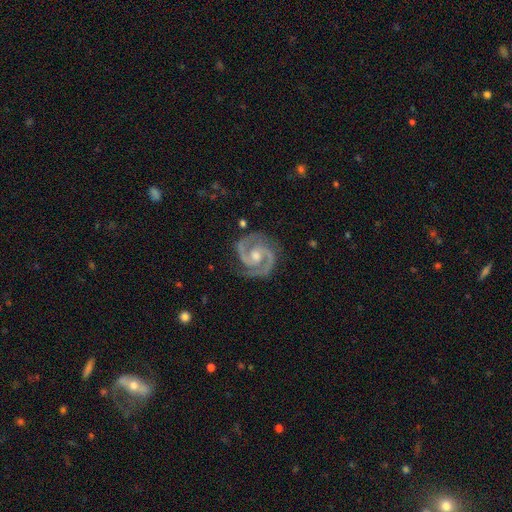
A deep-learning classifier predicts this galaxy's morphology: Q: Smooth or featured?
A: featured or disk (93%); runner-up: star or artifact (4%)
Q: Edge-on disk?
A: no (98%); runner-up: yes (2%)
Q: Bar?
A: no (50%); runner-up: weak (37%)
Q: Spiral arms?
A: yes (99%); runner-up: no (1%)
Q: Spiral winding?
A: medium (51%); runner-up: tight (43%)
Q: Spiral arm count?
A: 2 (94%); runner-up: 3 (1%)
Q: Bulge size?
A: moderate (65%); runner-up: small (26%)
Q: Merging?
A: none (84%); runner-up: minor disturbance (12%)